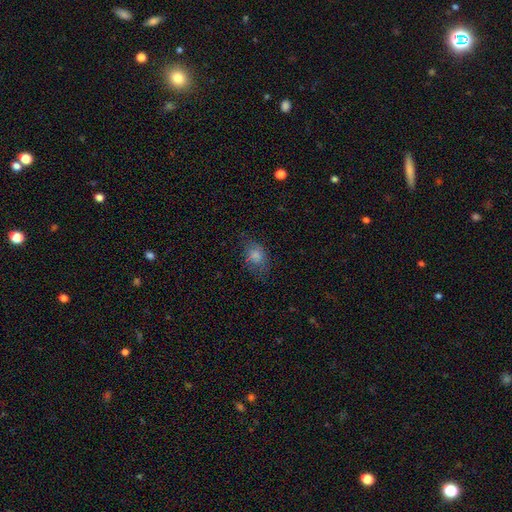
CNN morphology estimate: smooth 74%, featured or disk 15%, star or artifact 11%. Down the decision tree: how rounded — in between (80%); merging — none (59%).